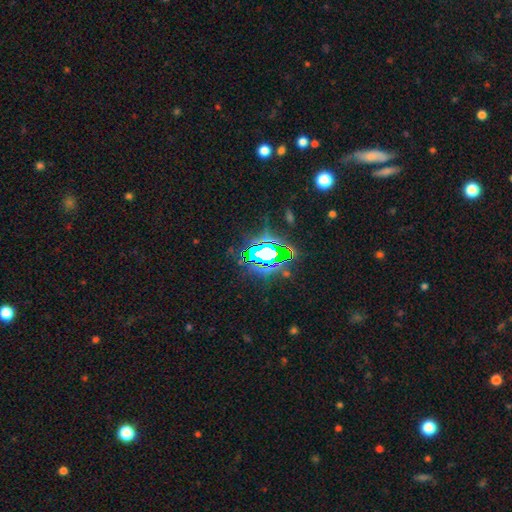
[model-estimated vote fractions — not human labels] Smooth or featured? star or artifact (81%)